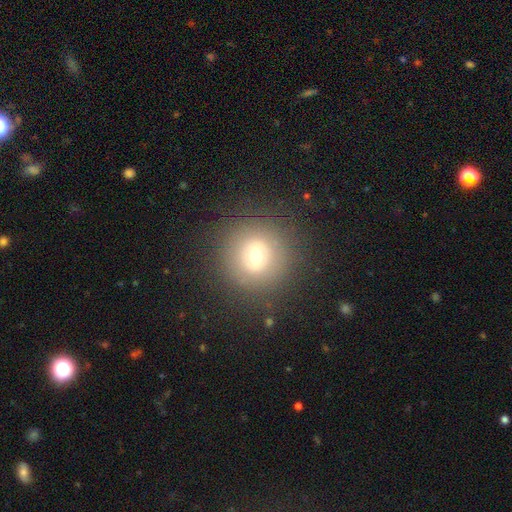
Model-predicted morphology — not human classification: A smooth galaxy with no disk features (61%) that is round (95%). Merging: none (85%).